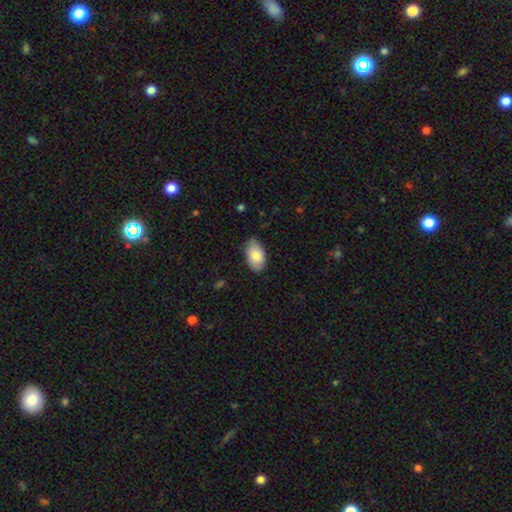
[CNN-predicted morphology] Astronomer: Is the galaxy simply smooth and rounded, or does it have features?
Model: smooth — 82%.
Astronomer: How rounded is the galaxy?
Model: in between — 94%.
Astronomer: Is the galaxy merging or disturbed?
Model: none — 81%.